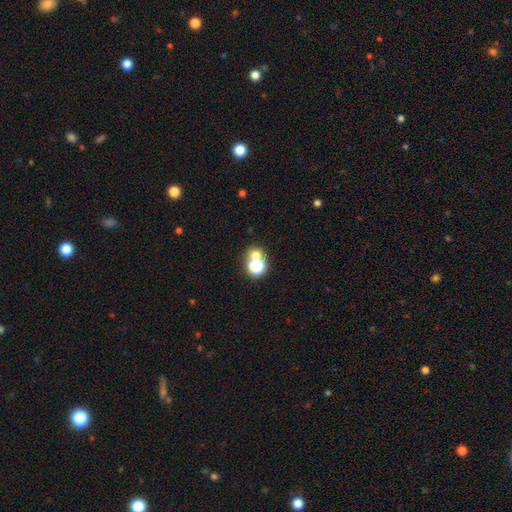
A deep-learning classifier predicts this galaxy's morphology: The model was most divided on "merging": none: 48%, merger: 41%, minor disturbance: 6%, major disturbance: 4%. More confident: how rounded — round (78%); smooth or featured — smooth (62%).